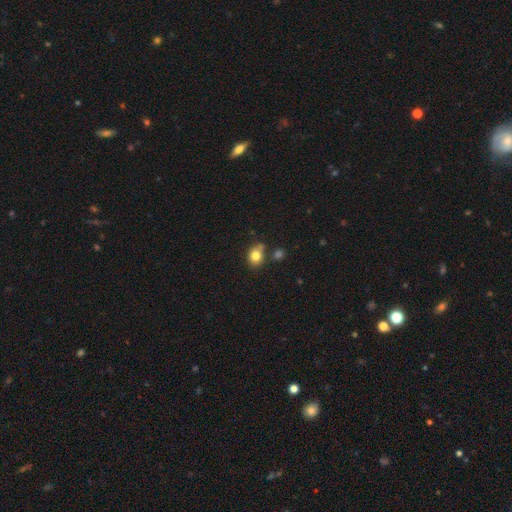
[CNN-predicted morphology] A smooth galaxy with no disk features (81%) that is round (61%).

Vote fractions:
- Smooth or featured? smooth: 81% / star or artifact: 11% / featured or disk: 8%
- How rounded? round: 61% / in between: 38% / cigar-shaped: 1%
- Merging? none: 65% / minor disturbance: 17% / merger: 14% / major disturbance: 4%